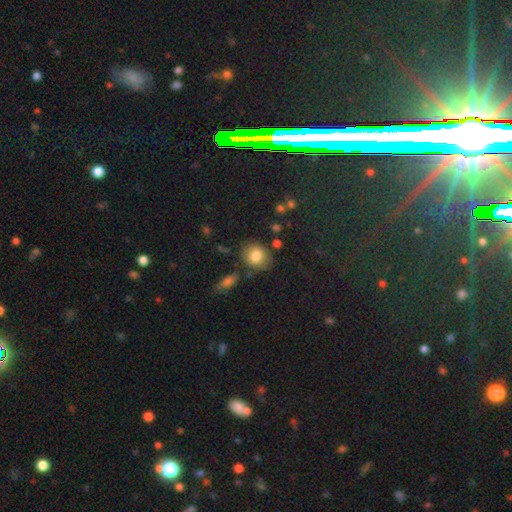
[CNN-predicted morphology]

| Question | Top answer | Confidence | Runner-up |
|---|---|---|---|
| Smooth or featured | smooth | 82% | featured or disk (9%) |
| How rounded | round | 70% | in between (28%) |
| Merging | none | 77% | minor disturbance (14%) |